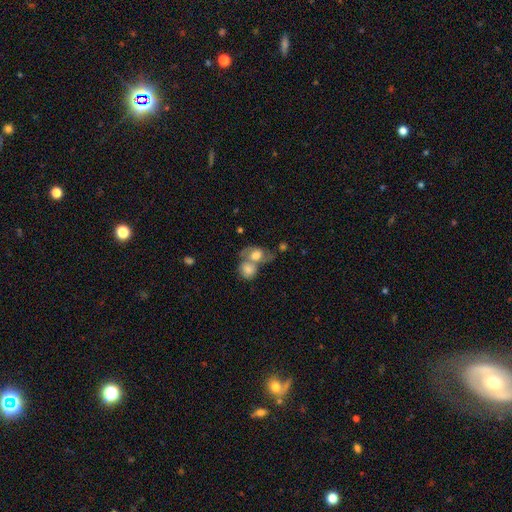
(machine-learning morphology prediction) Smooth or featured?
  - smooth: 51% *
  - featured or disk: 40%
  - star or artifact: 9%
How rounded?
  - round: 50% *
  - in between: 48%
  - cigar-shaped: 2%
Merging?
  - merger: 63% *
  - none: 20%
  - minor disturbance: 9%
  - major disturbance: 7%